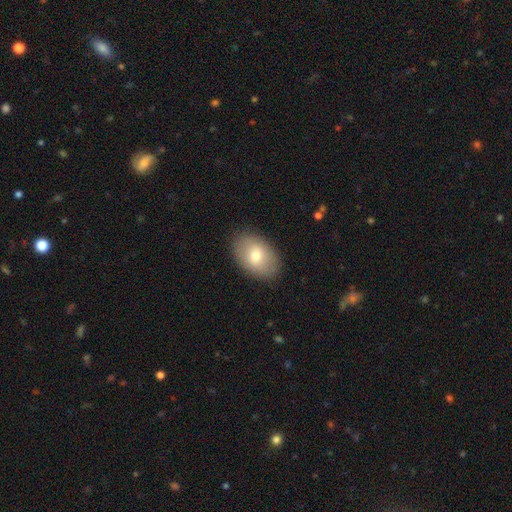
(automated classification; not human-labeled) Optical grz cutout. It shows a smooth galaxy with no disk features (73%) that is in between round and cigar-shaped (86%). Merging: none (87%).